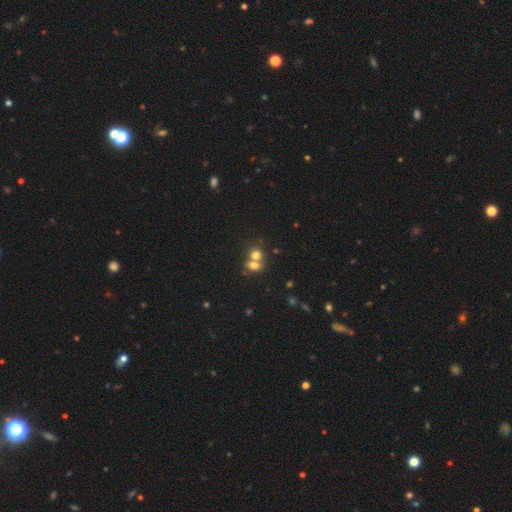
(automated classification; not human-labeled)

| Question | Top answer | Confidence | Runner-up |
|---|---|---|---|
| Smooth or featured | smooth | 72% | featured or disk (14%) |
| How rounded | round | 59% | in between (39%) |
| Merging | merger | 61% | none (30%) |